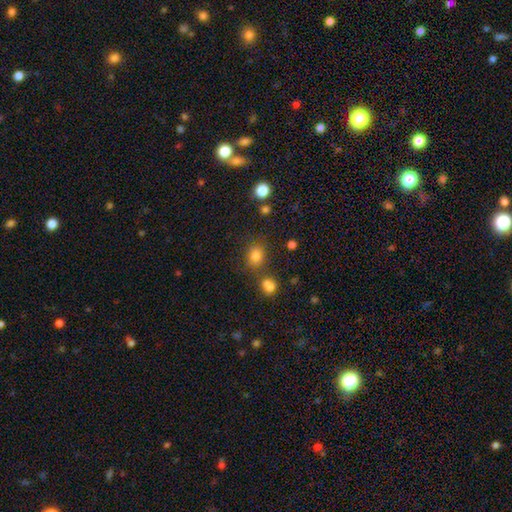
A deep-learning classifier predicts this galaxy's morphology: smooth_or_featured: smooth (p=0.80) [alt: star or artifact p=0.14]
how_rounded: round (p=0.57) [alt: in between p=0.42]
merging: none (p=0.69) [alt: merger p=0.13]